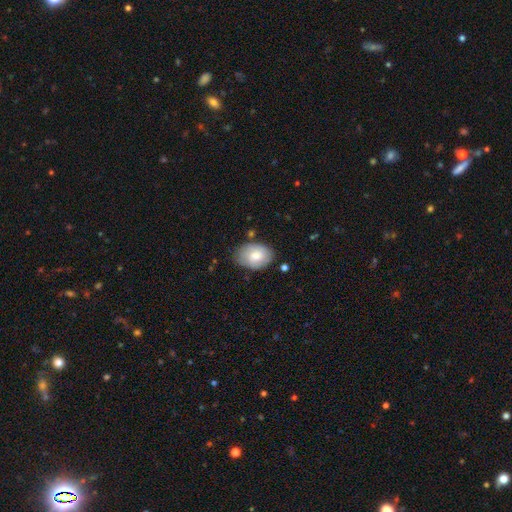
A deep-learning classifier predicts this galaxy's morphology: Overall: smooth (69%). How rounded: in between (79%). Merging: none (72%).